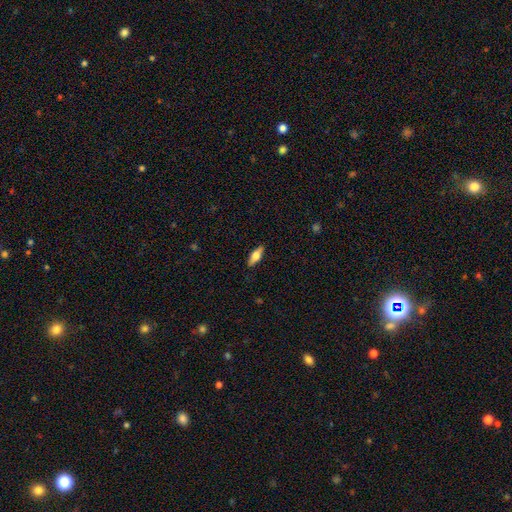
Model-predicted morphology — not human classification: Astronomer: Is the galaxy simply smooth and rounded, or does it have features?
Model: smooth — 59% (runner-up: featured or disk, 35%).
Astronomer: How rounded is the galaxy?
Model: in between — 67%.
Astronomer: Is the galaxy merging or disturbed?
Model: none — 87%.